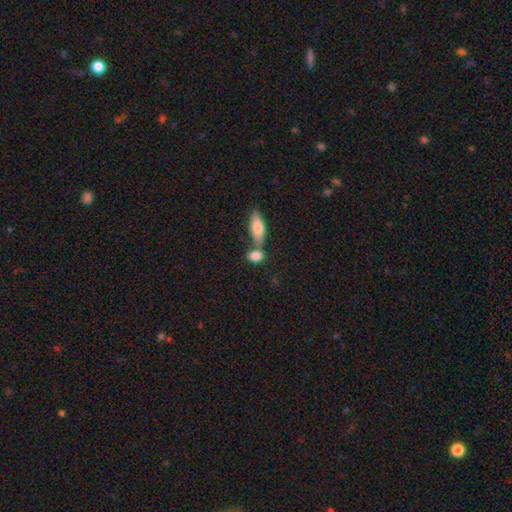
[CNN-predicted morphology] Smooth or featured: smooth — 81% (featured or disk — 11%)
How rounded: in between — 68% (round — 24%)
Merging: none — 47% (merger — 39%)